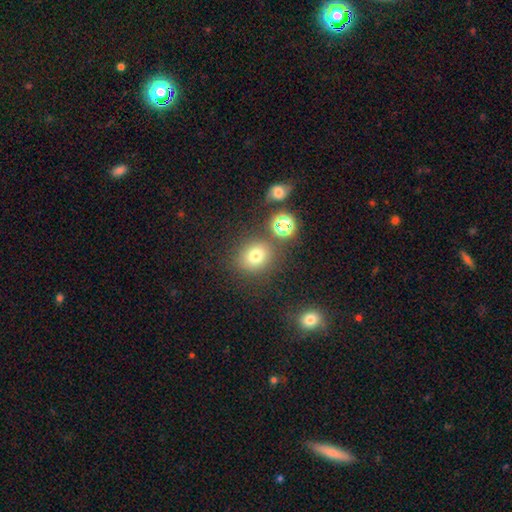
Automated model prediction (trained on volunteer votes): Morphology: type=smooth (73%); roundness=round (71%); merging=none (76%).